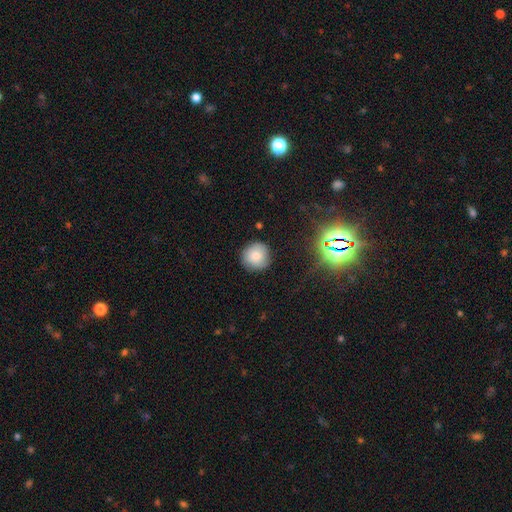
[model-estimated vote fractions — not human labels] Smooth or featured? smooth (79%)
How rounded? round (93%)
Merging? none (86%)